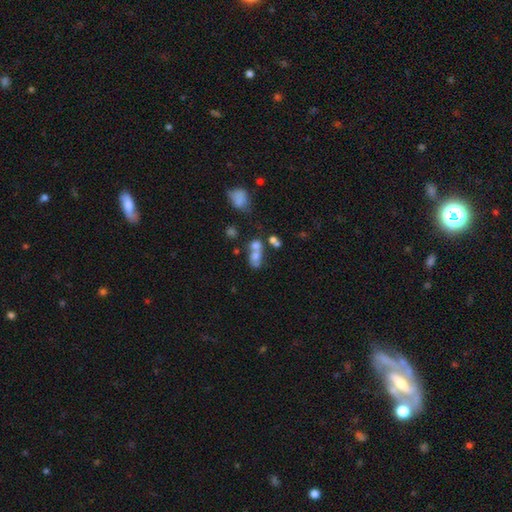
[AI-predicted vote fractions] Smooth or featured?
  - smooth: 60% *
  - featured or disk: 24%
  - star or artifact: 16%
How rounded?
  - in between: 54% *
  - round: 43%
  - cigar-shaped: 3%
Merging?
  - merger: 56% *
  - none: 26%
  - minor disturbance: 10%
  - major disturbance: 8%